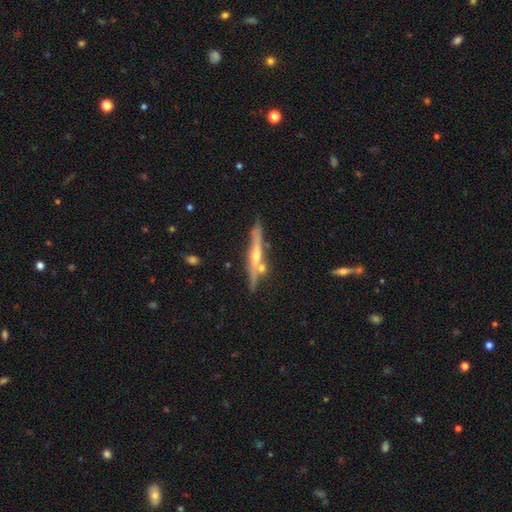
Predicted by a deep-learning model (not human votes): featured or disk 76%, smooth 17%, star or artifact 7%. Down the decision tree: edge-on disk — yes (95%); edge-on bulge — rounded (86%); merging — none (75%).